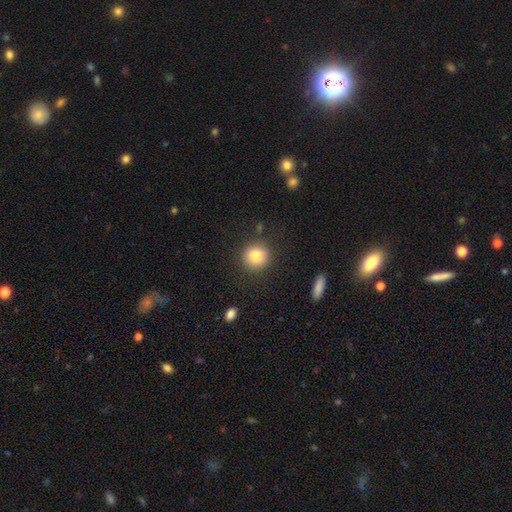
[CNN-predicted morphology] This appears to be a smooth galaxy with no disk features (85%) that is round (89%). Merging: none (86%).